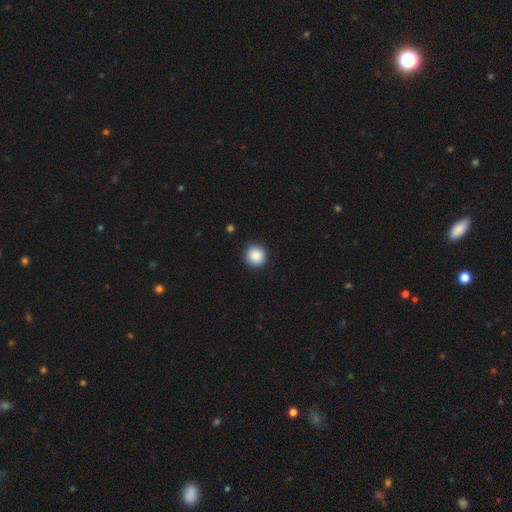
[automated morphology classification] Smooth or featured: smooth — 88% (star or artifact — 9%)
How rounded: round — 95% (in between — 4%)
Merging: none — 92% (minor disturbance — 5%)